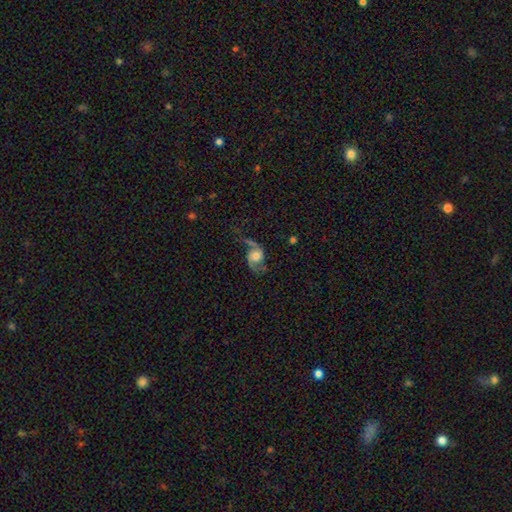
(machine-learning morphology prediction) A featured or disk galaxy (77%) with no bar (72%), 2 (88%) loose (60%) spiral arms (93%) and a moderate central bulge (62%).

Vote fractions:
- Smooth or featured? featured or disk: 77% / smooth: 16% / star or artifact: 7%
- Edge-on disk? no: 97% / yes: 3%
- Bar? no: 72% / weak: 23% / strong: 5%
- Spiral arms? yes: 93% / no: 7%
- Spiral winding? loose: 60% / medium: 31% / tight: 9%
- Spiral arm count? 2: 88% / 1: 6% / can't tell: 3% / 3: 1% / 4: 1% / more than 4: 1%
- Bulge size? moderate: 62% / small: 20% / large: 13% / dominant: 2% / none: 2%
- Merging? none: 53% / major disturbance: 23% / minor disturbance: 21% / merger: 3%